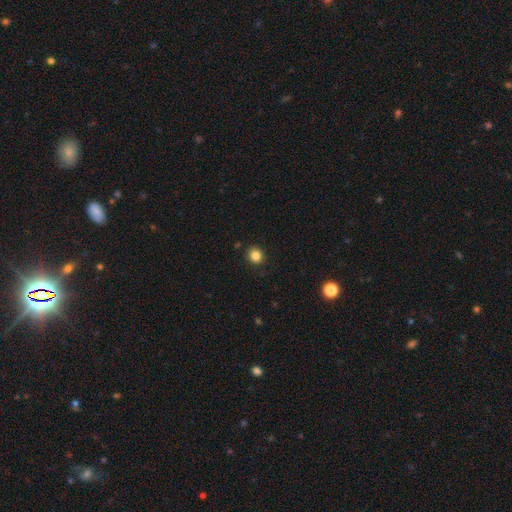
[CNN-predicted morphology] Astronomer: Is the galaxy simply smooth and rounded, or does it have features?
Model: smooth — 84%.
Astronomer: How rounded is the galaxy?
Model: round — 86%.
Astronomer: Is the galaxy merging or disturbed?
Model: none — 89%.